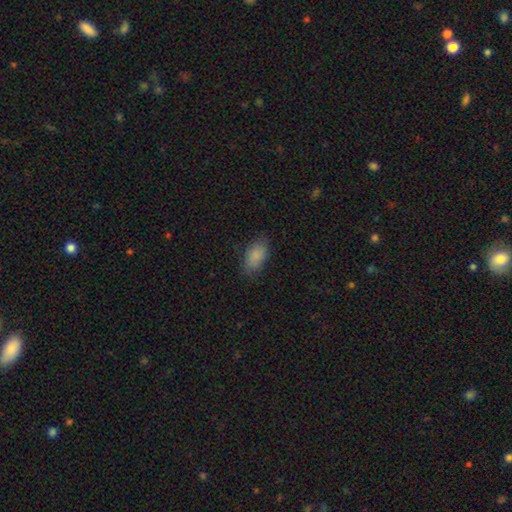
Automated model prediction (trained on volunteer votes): Smooth or featured? smooth (86%)
How rounded? in between (92%)
Merging? none (80%)